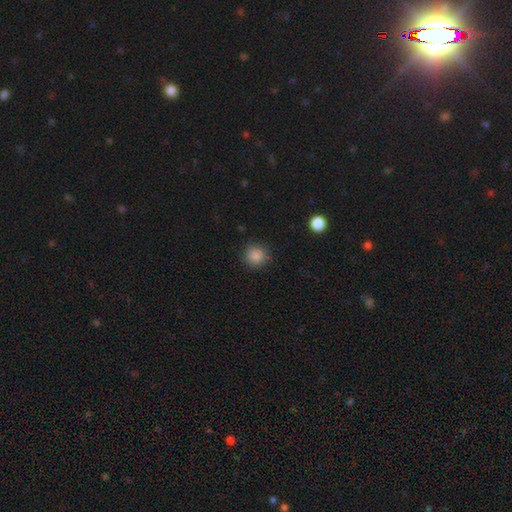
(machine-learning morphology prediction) smooth-or-featured: smooth: 86% | star or artifact: 10% | featured or disk: 4%
  how-rounded: round: 92% | in between: 7% | cigar-shaped: 1%
  merging: none: 85% | minor disturbance: 10% | major disturbance: 3% | merger: 1%